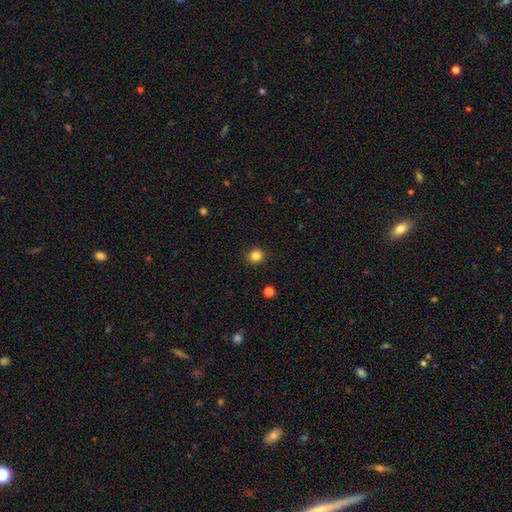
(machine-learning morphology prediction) This appears to be a smooth galaxy with no disk features (84%) that is round (90%). Merging: none (91%).